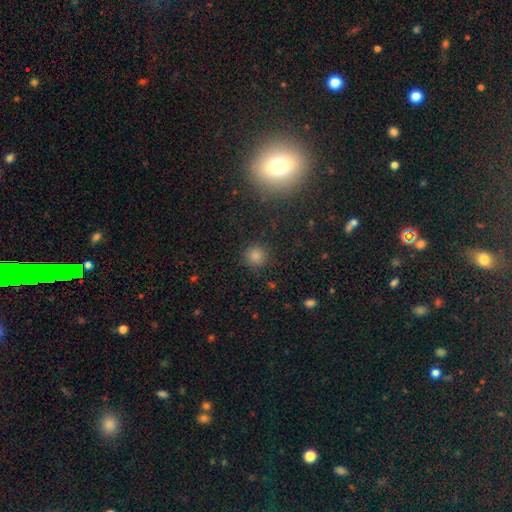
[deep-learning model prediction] Q: Smooth or featured?
A: smooth (79%); runner-up: star or artifact (16%)
Q: How rounded?
A: round (94%); runner-up: in between (5%)
Q: Merging?
A: none (89%); runner-up: minor disturbance (7%)